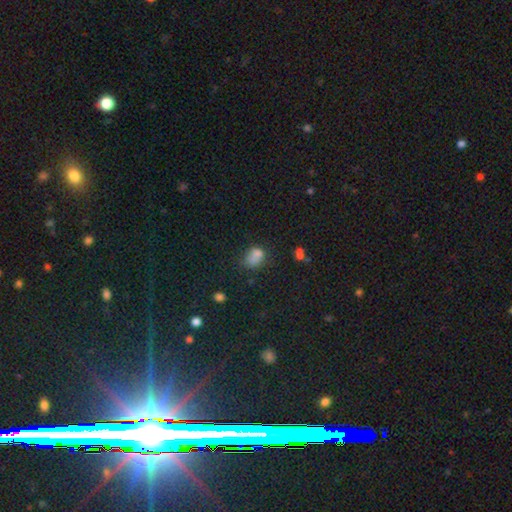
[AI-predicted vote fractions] A smooth galaxy with no disk features (74%) that is in between round and cigar-shaped (66%).

Vote fractions:
- Smooth or featured? smooth: 74% / star or artifact: 16% / featured or disk: 10%
- How rounded? in between: 66% / round: 32% / cigar-shaped: 1%
- Merging? none: 41% / minor disturbance: 28% / major disturbance: 18% / merger: 13%